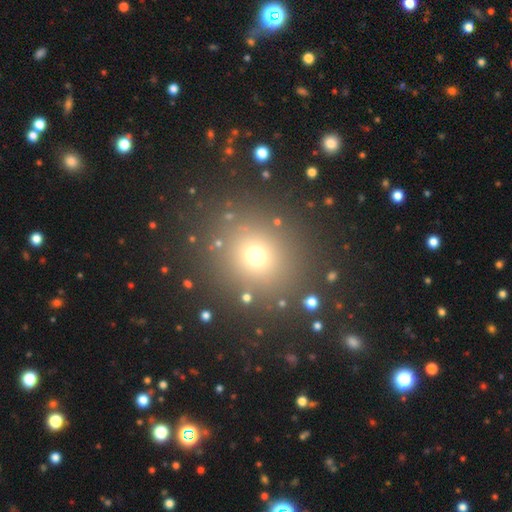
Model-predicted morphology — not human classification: This is likely a smooth galaxy (66%). How rounded: clearly round (85%). Merging: clearly none (85%).